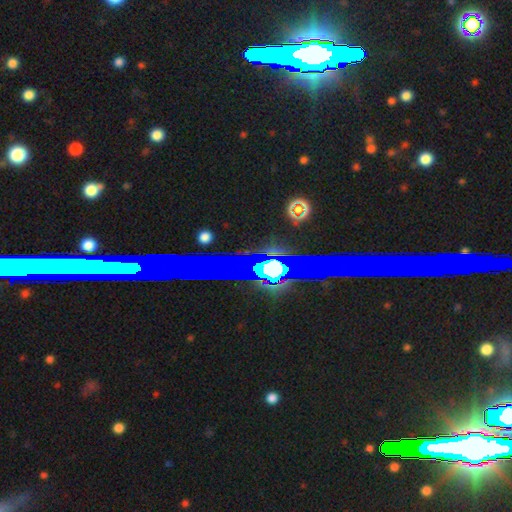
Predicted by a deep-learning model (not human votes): star or artifact 59%, featured or disk 29%, smooth 12%.